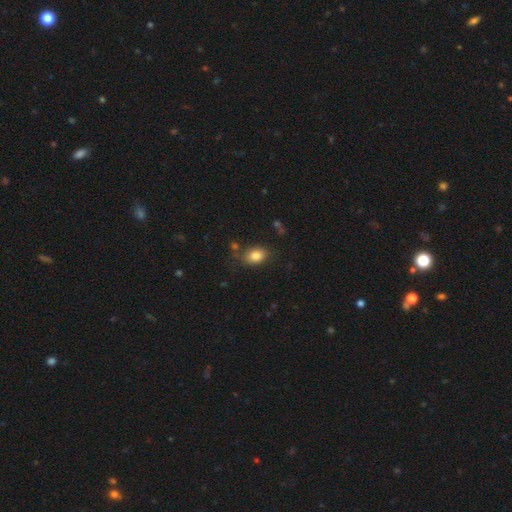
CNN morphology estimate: Smooth or featured: smooth — 83% (star or artifact — 9%)
How rounded: in between — 74% (round — 24%)
Merging: none — 76% (minor disturbance — 15%)